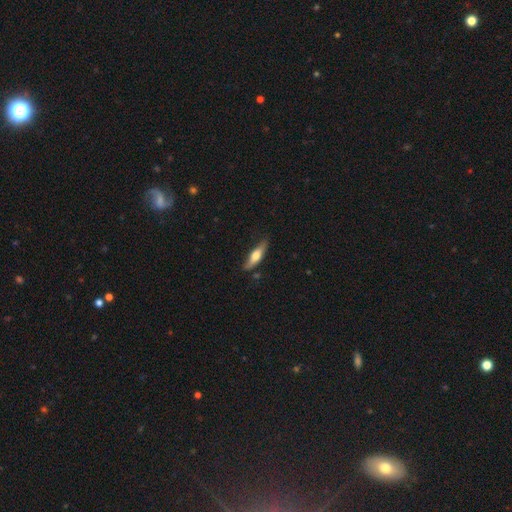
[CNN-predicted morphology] Smooth or featured: smooth — 50% (featured or disk — 45%)
How rounded: cigar-shaped — 68% (in between — 30%)
Merging: none — 78% (minor disturbance — 17%)